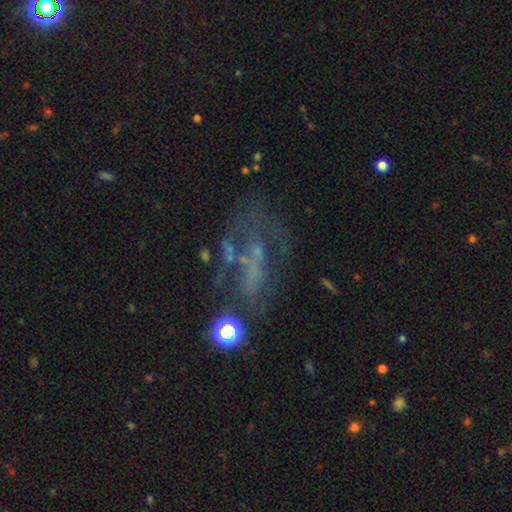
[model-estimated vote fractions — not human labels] Smooth or featured?
  - featured or disk: 54% *
  - star or artifact: 28%
  - smooth: 18%
Edge-on disk?
  - no: 94% *
  - yes: 6%
Bar?
  - no: 65% *
  - weak: 24%
  - strong: 11%
Spiral arms?
  - no: 55% *
  - yes: 45%
Bulge size?
  - none: 64% *
  - small: 25%
  - moderate: 8%
  - large: 2%
  - dominant: 1%
Merging?
  - none: 41% *
  - major disturbance: 33%
  - minor disturbance: 18%
  - merger: 8%